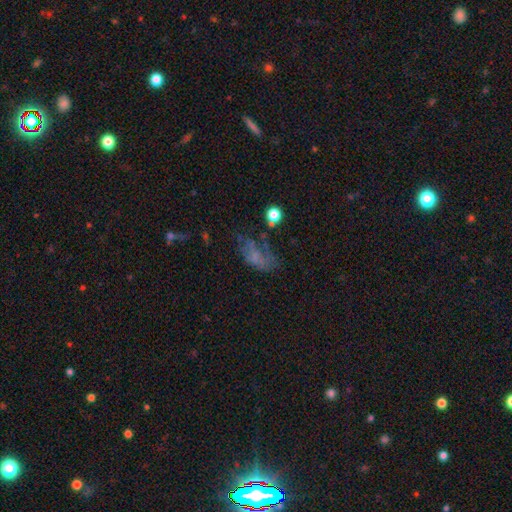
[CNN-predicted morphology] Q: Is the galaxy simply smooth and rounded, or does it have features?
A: smooth — 43%.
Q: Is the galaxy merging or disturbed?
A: major disturbance — 38%.